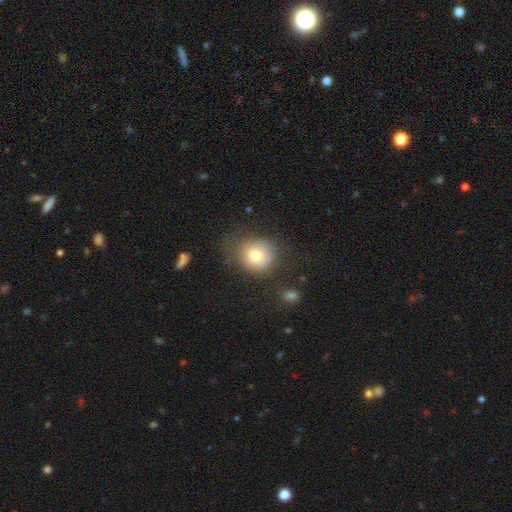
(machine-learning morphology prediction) Smooth or featured? Predicted: smooth (p=0.74). How rounded? Predicted: round (p=0.81). Merging? Predicted: none (p=0.61).